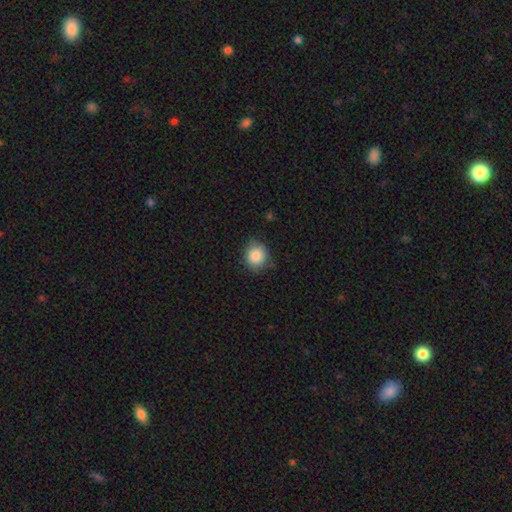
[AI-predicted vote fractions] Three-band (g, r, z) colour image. It shows a smooth galaxy with no disk features (86%) that is round (83%). Merging: none (79%).